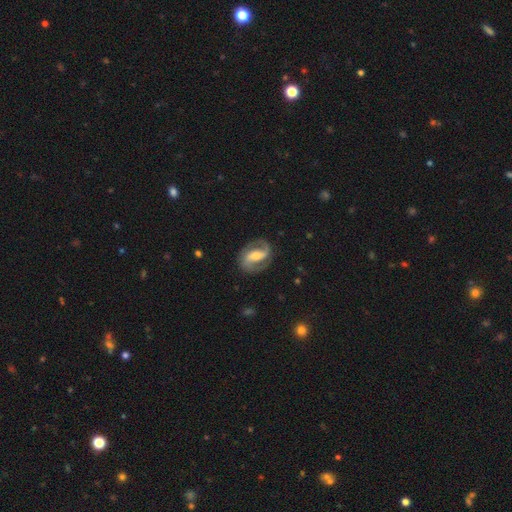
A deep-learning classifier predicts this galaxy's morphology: A featured or disk galaxy (87%) with a strong bar (48%), 2 (92%) medium (52%) spiral arms (95%) and a moderate central bulge (61%).

Vote fractions:
- Smooth or featured? featured or disk: 87% / smooth: 8% / star or artifact: 4%
- Edge-on disk? no: 97% / yes: 3%
- Bar? strong: 48% / weak: 35% / no: 17%
- Spiral arms? yes: 95% / no: 5%
- Spiral winding? medium: 52% / tight: 24% / loose: 24%
- Spiral arm count? 2: 92% / can't tell: 2% / 1: 2% / 3: 1% / 4: 1% / more than 4: 1%
- Bulge size? moderate: 61% / small: 30% / large: 6% / none: 2% / dominant: 1%
- Merging? none: 84% / minor disturbance: 11% / major disturbance: 4% / merger: 1%